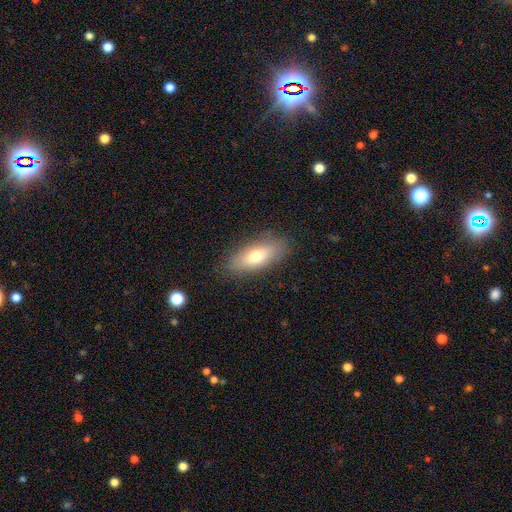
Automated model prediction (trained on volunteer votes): This appears to be a smooth galaxy with no disk features (70%) that is in between round and cigar-shaped (74%). Merging: none (85%).